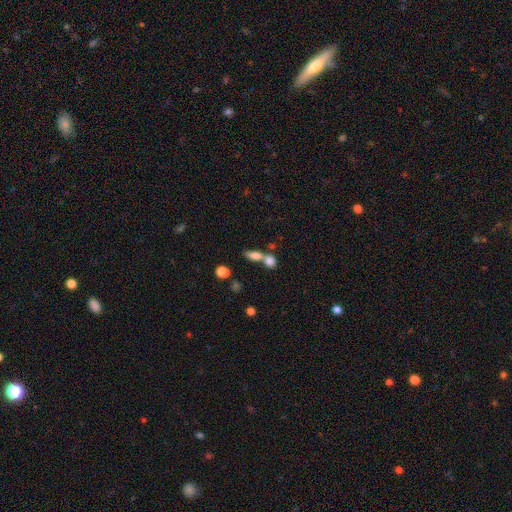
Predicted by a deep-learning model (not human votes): smooth 79%, featured or disk 11%, star or artifact 10%. Down the decision tree: how rounded — in between (69%); merging — merger (50%).